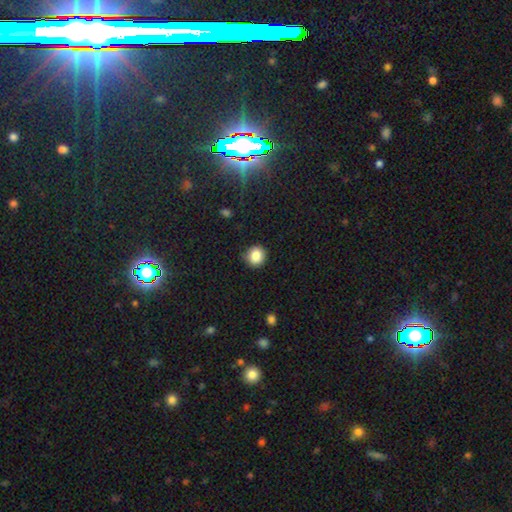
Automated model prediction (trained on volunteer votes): A smooth galaxy with no disk features (85%) that is round (85%). Merging: none (79%).